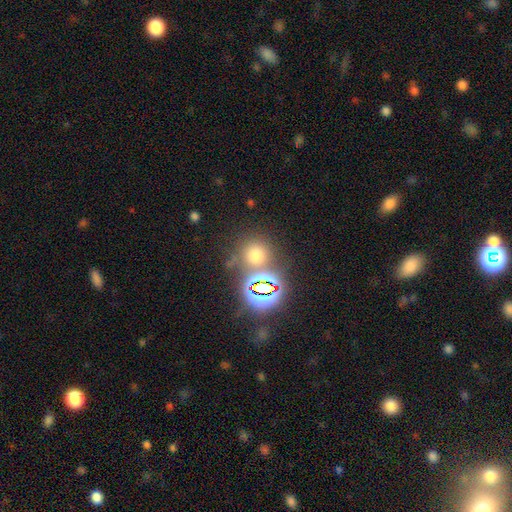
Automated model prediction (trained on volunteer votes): Morphology: type=smooth (58%); roundness=round (89%); merging=none (72%).